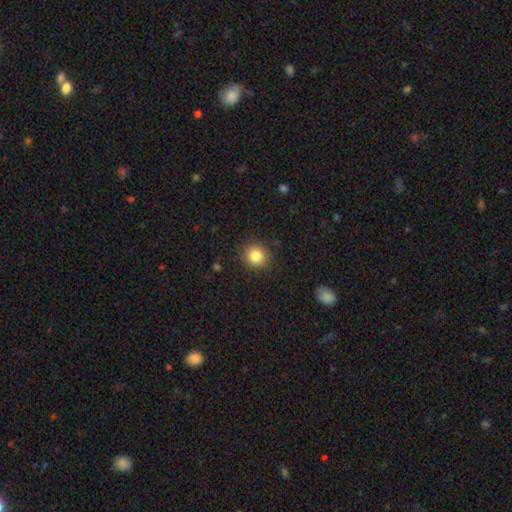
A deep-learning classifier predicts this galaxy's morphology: This appears to be a smooth galaxy with no disk features (84%) that is round (87%). Merging: none (89%).